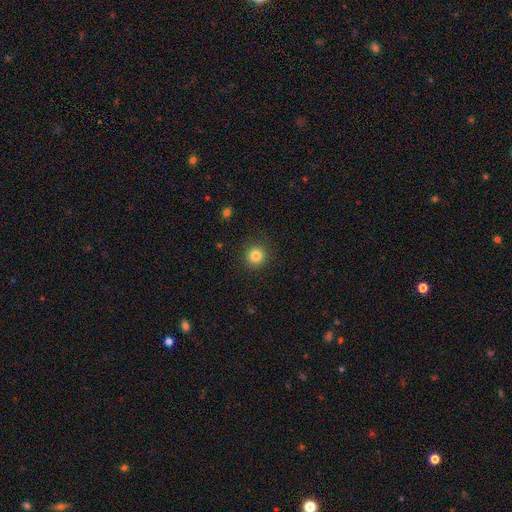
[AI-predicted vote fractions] Q: Smooth or featured?
A: smooth (83%); runner-up: star or artifact (12%)
Q: How rounded?
A: round (94%); runner-up: in between (5%)
Q: Merging?
A: none (91%); runner-up: minor disturbance (6%)